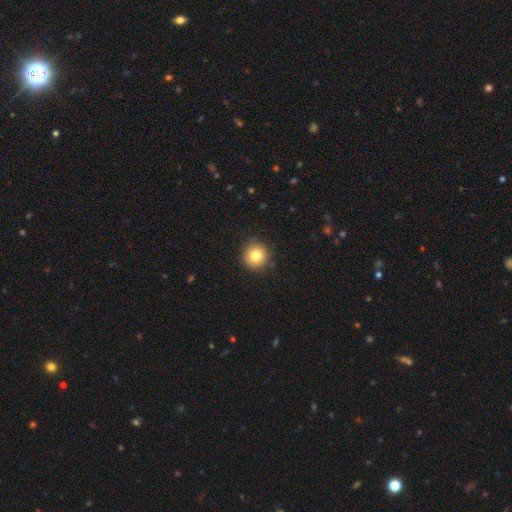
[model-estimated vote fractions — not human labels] Morphology: type=smooth (82%); roundness=round (93%); merging=none (88%).